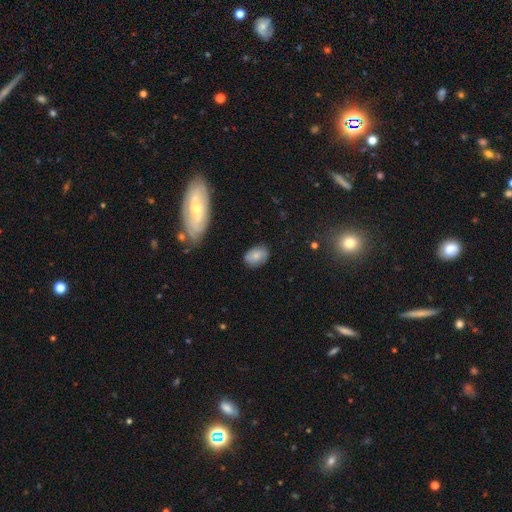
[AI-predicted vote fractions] Smooth or featured? Predicted: smooth (p=0.71). How rounded? Predicted: in between (p=0.79). Merging? Predicted: none (p=0.79).